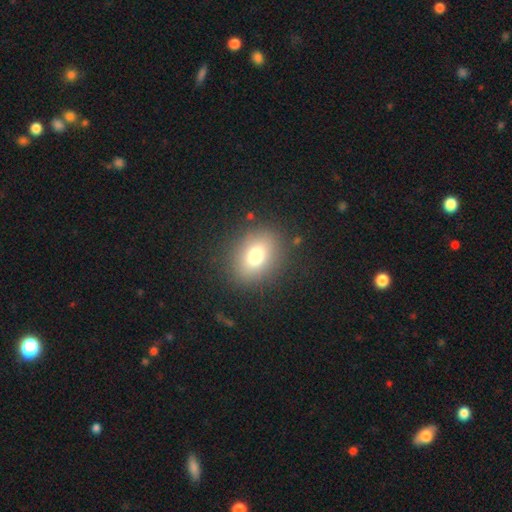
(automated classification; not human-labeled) Smooth or featured?
  - smooth: 75% *
  - star or artifact: 13%
  - featured or disk: 12%
How rounded?
  - in between: 54% *
  - round: 45%
  - cigar-shaped: 1%
Merging?
  - none: 86% *
  - minor disturbance: 9%
  - major disturbance: 4%
  - merger: 1%